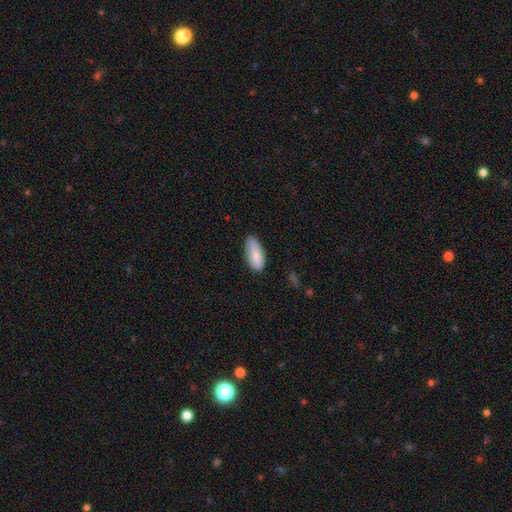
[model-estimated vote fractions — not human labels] Smooth or featured? Predicted: smooth (p=0.84). How rounded? Predicted: in between (p=0.83). Merging? Predicted: none (p=0.67).